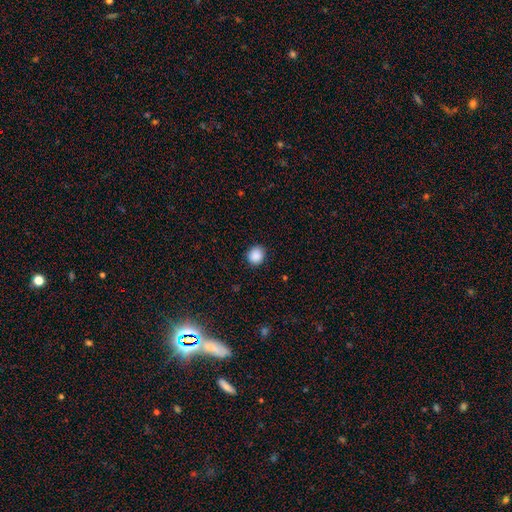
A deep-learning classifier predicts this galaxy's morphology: The model was most divided on "how rounded": round: 86%, in between: 13%, cigar-shaped: 1%. More confident: merging — none (89%); smooth or featured — smooth (88%).